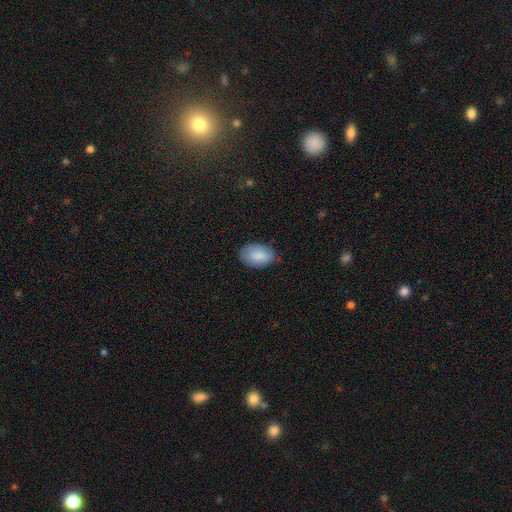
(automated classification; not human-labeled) The model was most divided on "merging": none: 77%, minor disturbance: 18%, major disturbance: 3%, merger: 1%. More confident: how rounded — in between (91%); smooth or featured — smooth (87%).